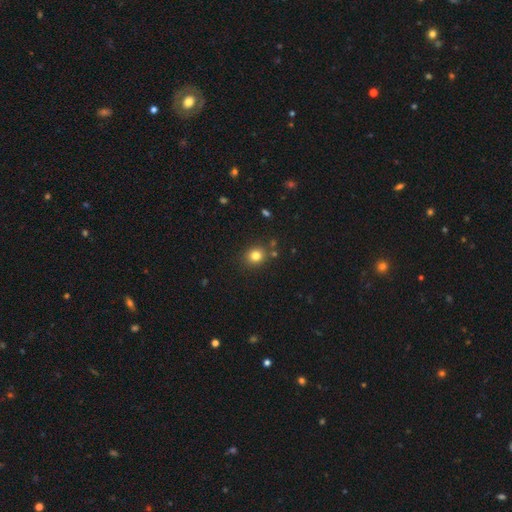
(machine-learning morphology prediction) Smooth or featured: smooth — 80% (star or artifact — 13%)
How rounded: round — 76% (in between — 23%)
Merging: none — 82% (minor disturbance — 9%)